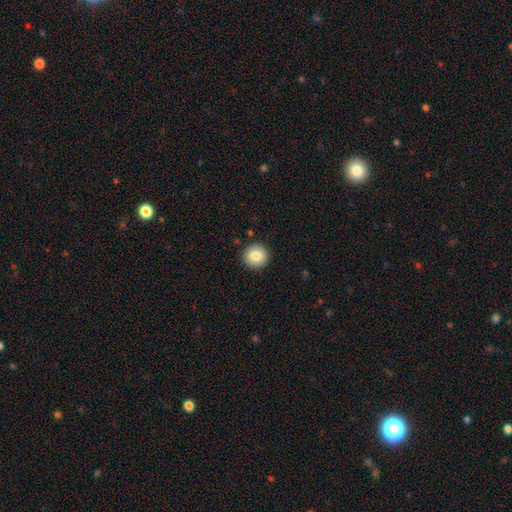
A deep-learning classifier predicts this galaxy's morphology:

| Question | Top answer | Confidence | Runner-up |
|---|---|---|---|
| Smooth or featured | smooth | 85% | star or artifact (8%) |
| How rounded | round | 92% | in between (7%) |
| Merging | none | 91% | minor disturbance (6%) |